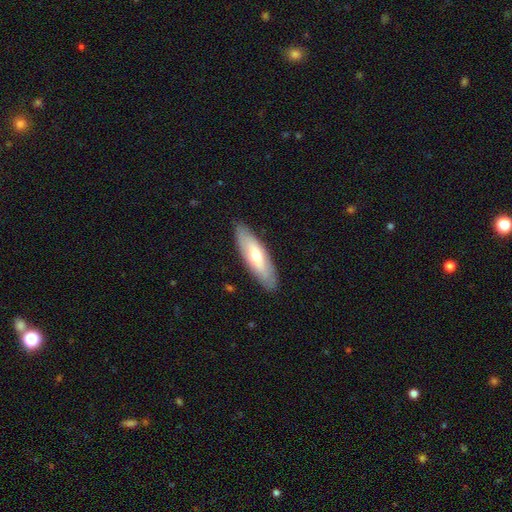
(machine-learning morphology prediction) A smooth galaxy with no disk features (57%) that is in between round and cigar-shaped (50%).

Vote fractions:
- Smooth or featured? smooth: 57% / featured or disk: 38% / star or artifact: 5%
- How rounded? in between: 50% / cigar-shaped: 48% / round: 2%
- Merging? none: 87% / minor disturbance: 10% / major disturbance: 2% / merger: 1%